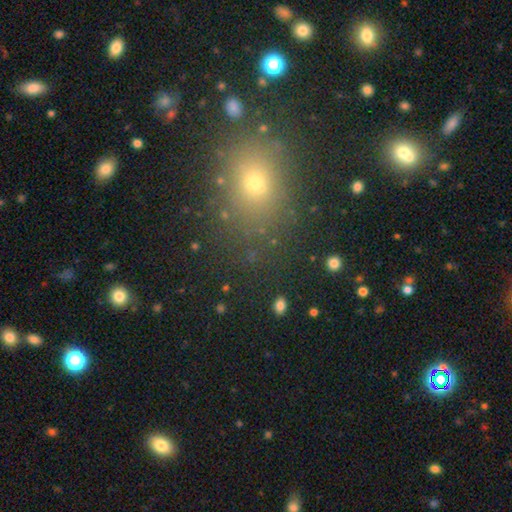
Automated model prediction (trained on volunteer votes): Q: Smooth or featured?
A: smooth (60%); runner-up: star or artifact (30%)
Q: How rounded?
A: in between (53%); runner-up: round (45%)
Q: Merging?
A: none (83%); runner-up: minor disturbance (10%)